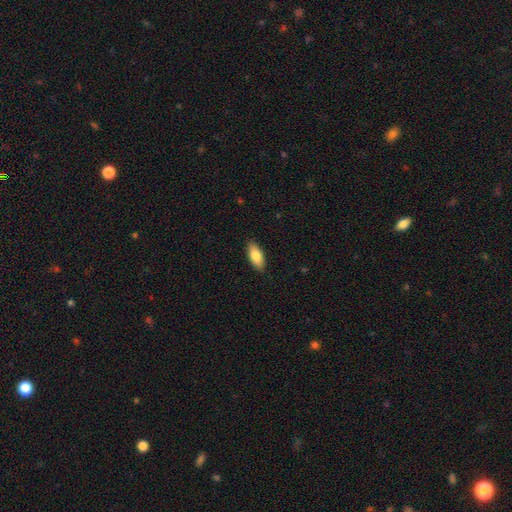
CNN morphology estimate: Smooth or featured? smooth (83%)
How rounded? in between (85%)
Merging? none (89%)